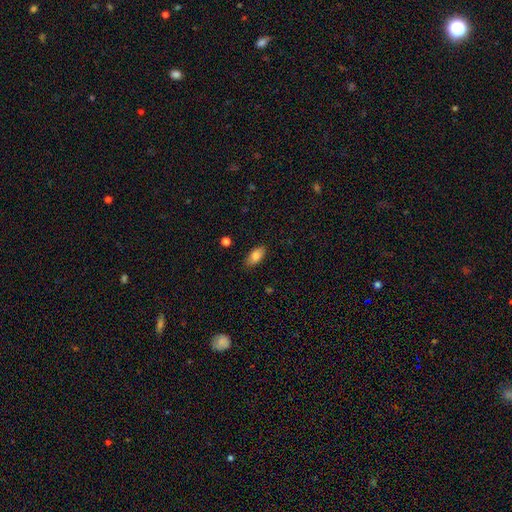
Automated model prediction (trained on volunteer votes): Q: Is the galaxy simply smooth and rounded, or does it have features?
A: smooth — 83%.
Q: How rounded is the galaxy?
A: in between — 91%.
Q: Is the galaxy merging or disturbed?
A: none — 85%.